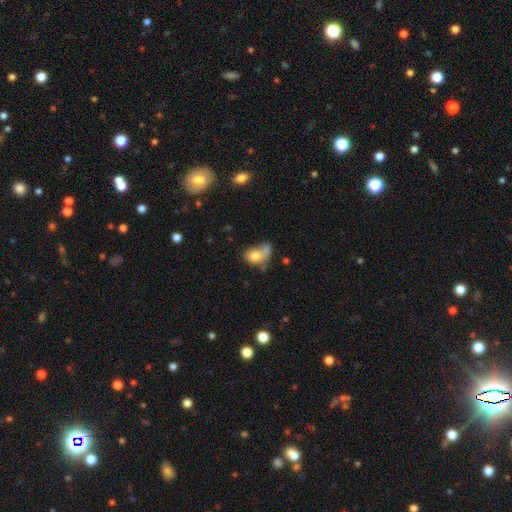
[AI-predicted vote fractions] The model was most divided on "merging": merger: 38%, none: 25%, major disturbance: 20%, minor disturbance: 17%. More confident: smooth or featured — smooth (73%); how rounded — in between (62%).